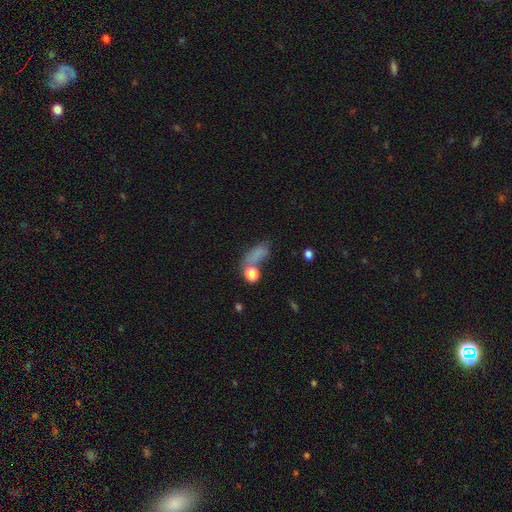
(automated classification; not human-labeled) smooth 71%, star or artifact 18%, featured or disk 11%. Down the decision tree: how rounded — in between (67%); merging — none (48%).